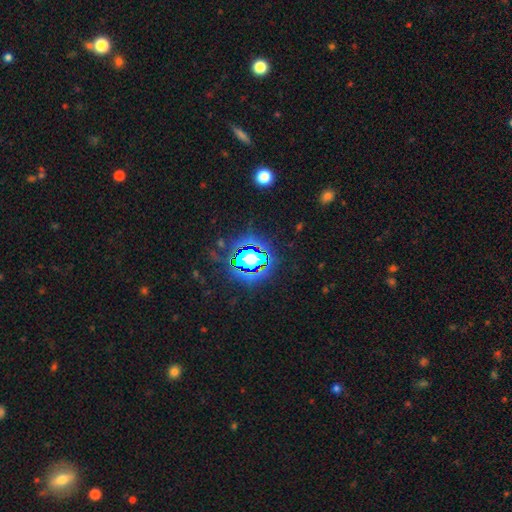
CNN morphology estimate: smooth-or-featured: star or artifact: 80% | smooth: 12% | featured or disk: 8%